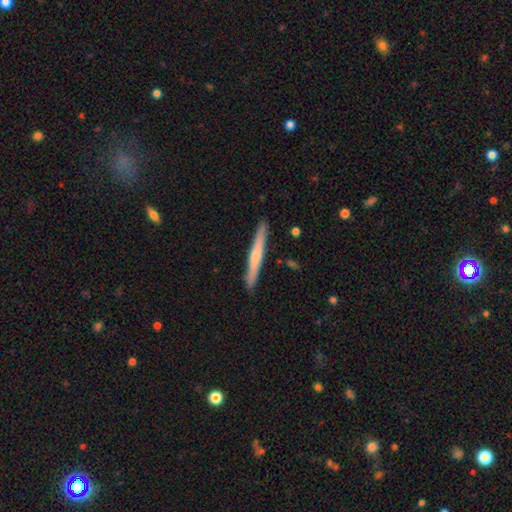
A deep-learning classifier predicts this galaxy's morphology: Q: Smooth or featured?
A: featured or disk (50%); runner-up: smooth (44%)
Q: Edge-on disk?
A: yes (96%); runner-up: no (4%)
Q: Merging?
A: none (91%); runner-up: minor disturbance (7%)